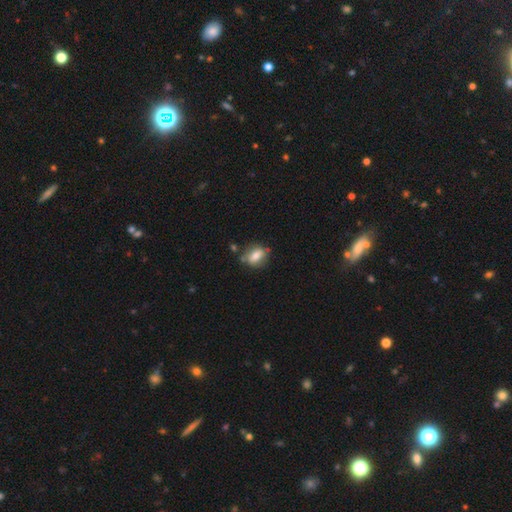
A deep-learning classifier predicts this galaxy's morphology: smooth_or_featured: smooth (p=0.70) [alt: featured or disk p=0.21]
how_rounded: in between (p=0.64) [alt: round p=0.33]
merging: none (p=0.68) [alt: minor disturbance p=0.19]